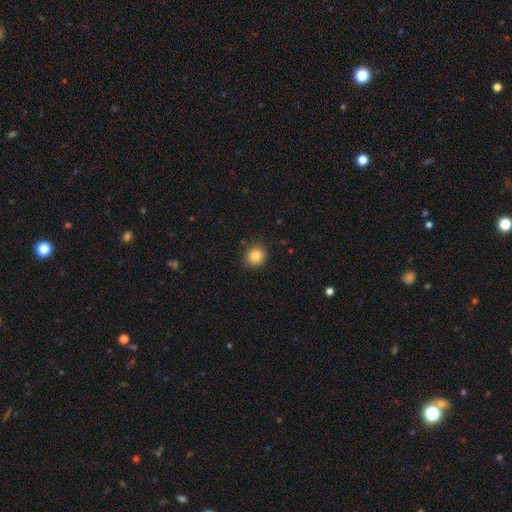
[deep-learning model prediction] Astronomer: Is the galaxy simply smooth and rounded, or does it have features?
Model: smooth — 84%.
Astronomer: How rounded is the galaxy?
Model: round — 82%.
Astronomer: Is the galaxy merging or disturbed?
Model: none — 87%.